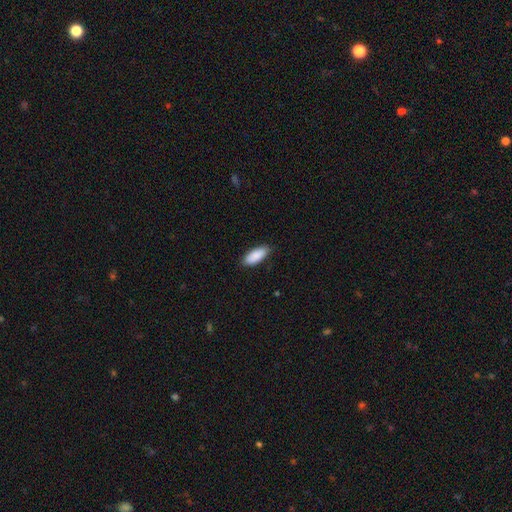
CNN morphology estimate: type=smooth (88%); roundness=in between (79%); merging=none (85%).